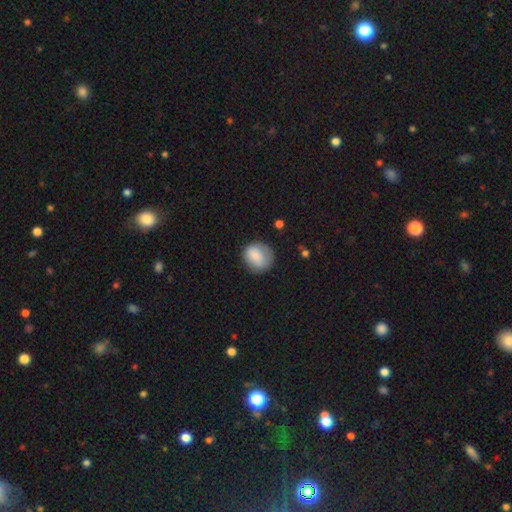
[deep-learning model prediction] Overall: smooth (82%). How rounded: round (78%). Merging: none (69%).